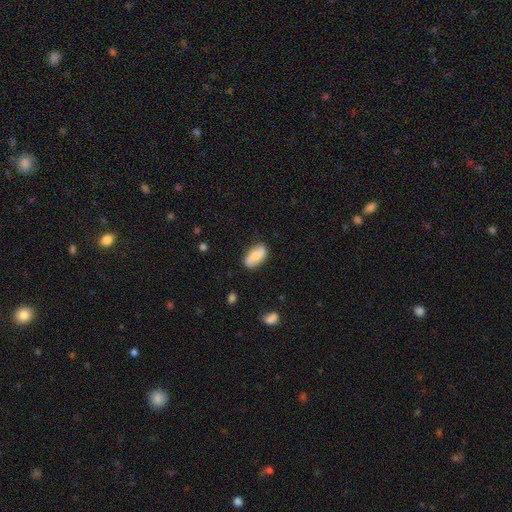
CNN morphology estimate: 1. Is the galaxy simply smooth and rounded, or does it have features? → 60% smooth, 33% featured or disk, 7% star or artifact.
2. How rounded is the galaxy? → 91% in between, 5% cigar-shaped, 4% round.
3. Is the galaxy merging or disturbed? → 80% none, 15% minor disturbance, 3% major disturbance, 2% merger.